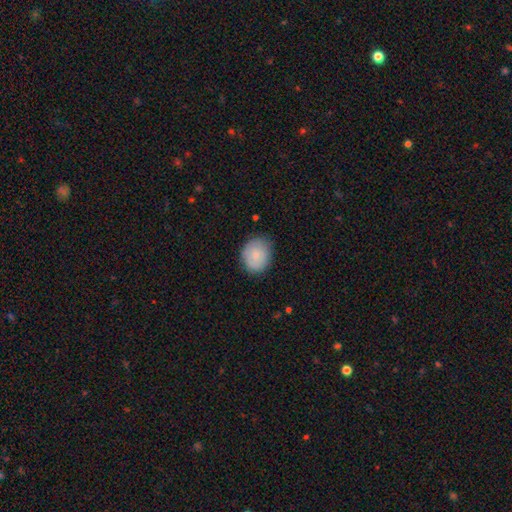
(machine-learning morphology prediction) The model was most divided on "how rounded": round: 62%, in between: 37%, cigar-shaped: 1%. More confident: smooth or featured — smooth (82%); merging — none (77%).